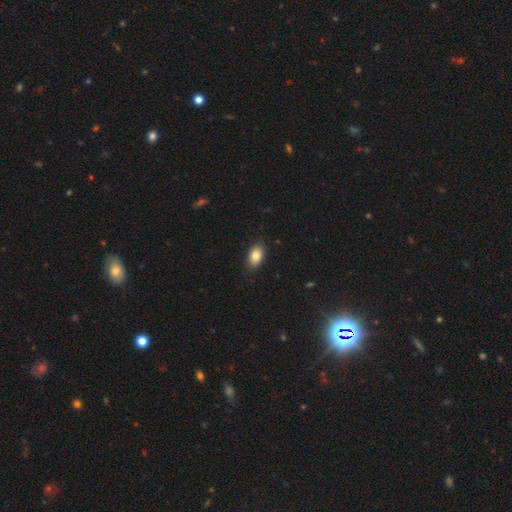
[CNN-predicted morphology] This appears to be a smooth galaxy with no disk features (84%) that is in between round and cigar-shaped (90%). Merging: none (88%).